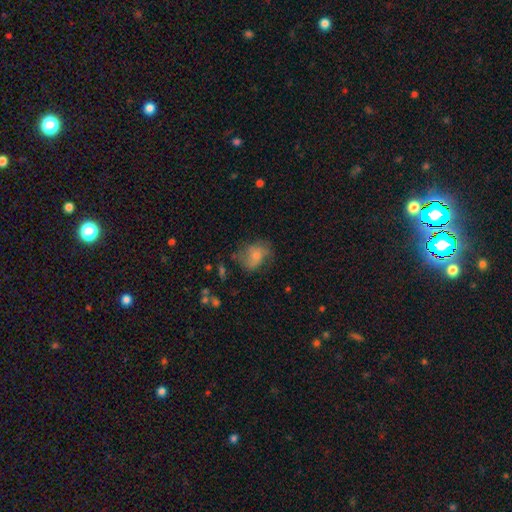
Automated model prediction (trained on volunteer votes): Smooth or featured: smooth — 49% (featured or disk — 42%)
Merging: none — 50% (minor disturbance — 27%)